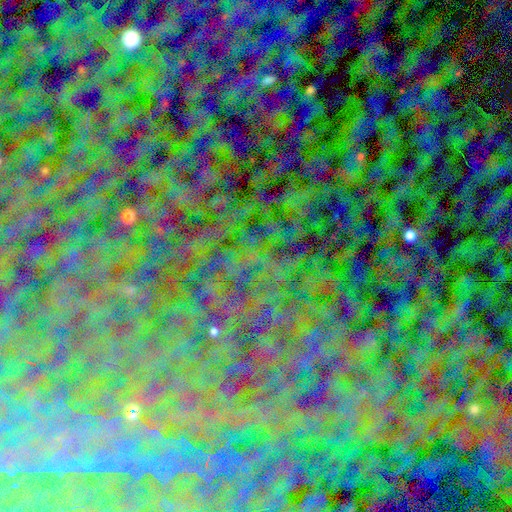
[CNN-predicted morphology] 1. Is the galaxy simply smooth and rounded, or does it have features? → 80% star or artifact, 11% smooth, 9% featured or disk.